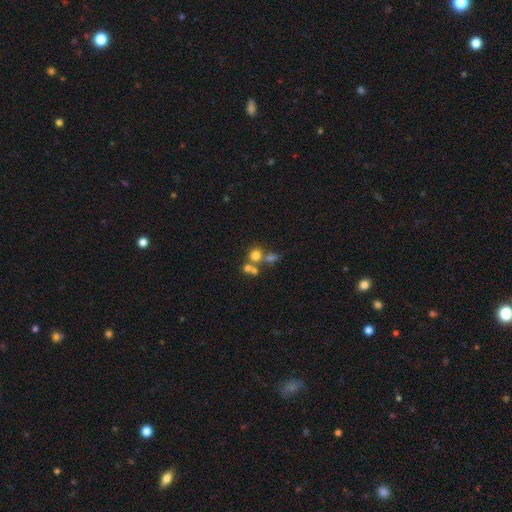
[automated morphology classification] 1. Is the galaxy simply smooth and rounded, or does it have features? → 66% smooth, 18% star or artifact, 17% featured or disk.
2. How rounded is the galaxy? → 85% round, 14% in between, 1% cigar-shaped.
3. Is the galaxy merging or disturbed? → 45% none, 42% merger, 7% minor disturbance, 6% major disturbance.